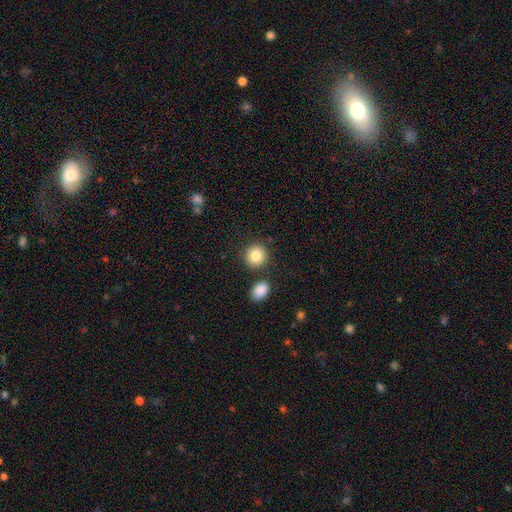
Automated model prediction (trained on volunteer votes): Smooth or featured: smooth — 85% (star or artifact — 8%)
How rounded: round — 89% (in between — 10%)
Merging: none — 82% (merger — 8%)